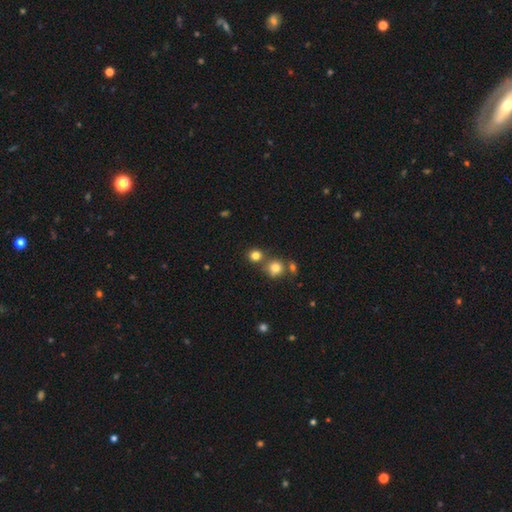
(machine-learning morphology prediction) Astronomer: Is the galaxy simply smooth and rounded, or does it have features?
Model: smooth — 80%.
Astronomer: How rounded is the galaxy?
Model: round — 87%.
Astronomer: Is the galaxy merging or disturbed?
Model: none — 66%.